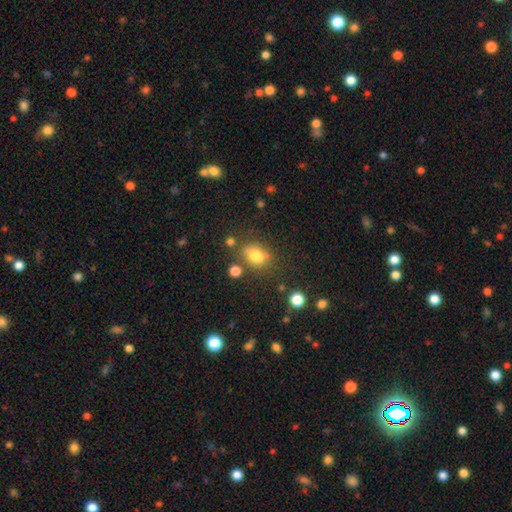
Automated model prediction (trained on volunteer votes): smooth 75%, star or artifact 13%, featured or disk 12%. Down the decision tree: how rounded — in between (64%); merging — none (62%).